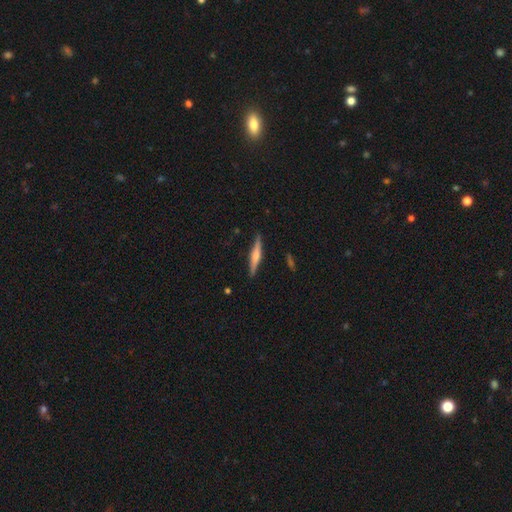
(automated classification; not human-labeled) This is likely a featured or disk galaxy (60%). It is clearly viewed edge-on (97%). Edge-on bulge: likely rounded (75%). Merging: clearly none (89%).